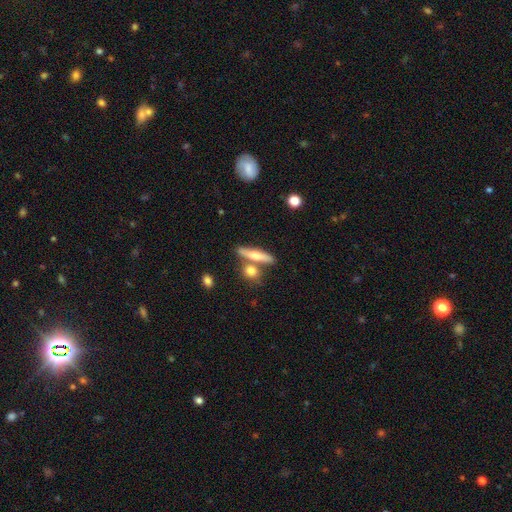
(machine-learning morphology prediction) smooth 58%, featured or disk 35%, star or artifact 7%. Down the decision tree: how rounded — cigar-shaped (76%); merging — none (67%).